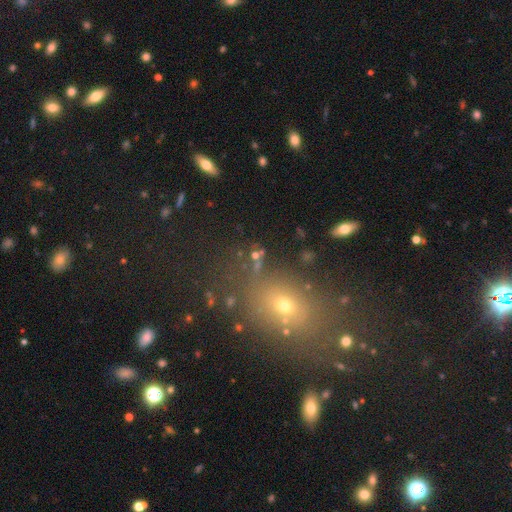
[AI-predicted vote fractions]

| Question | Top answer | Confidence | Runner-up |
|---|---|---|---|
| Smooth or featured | smooth | 52% | star or artifact (34%) |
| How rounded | round | 64% | in between (32%) |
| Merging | none | 67% | merger (14%) |